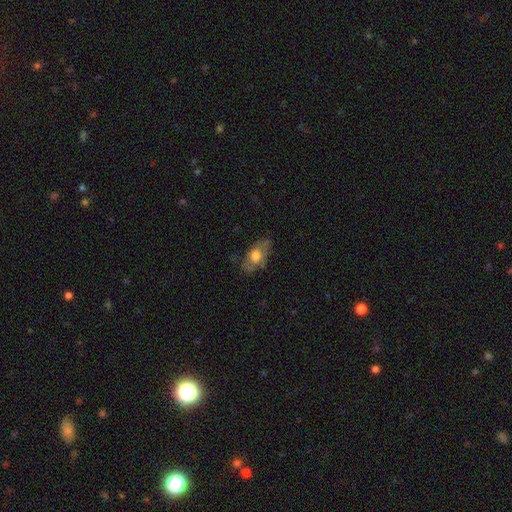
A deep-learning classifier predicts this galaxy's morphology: type=smooth (52%); roundness=in between (86%); merging=none (60%).